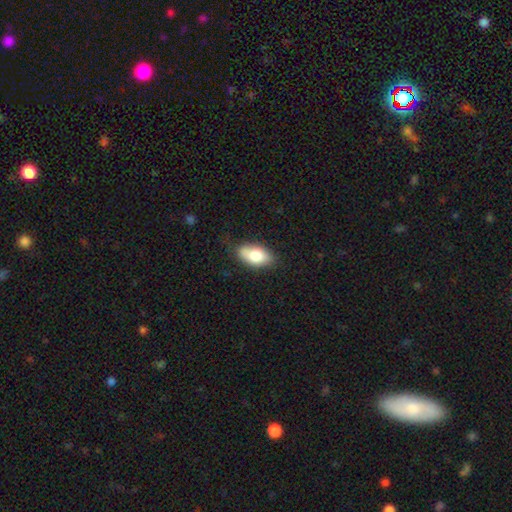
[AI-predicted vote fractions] A smooth galaxy with no disk features (78%) that is in between round and cigar-shaped (91%).

Vote fractions:
- Smooth or featured? smooth: 78% / featured or disk: 16% / star or artifact: 7%
- How rounded? in between: 91% / round: 5% / cigar-shaped: 4%
- Merging? none: 74% / minor disturbance: 21% / major disturbance: 4% / merger: 2%